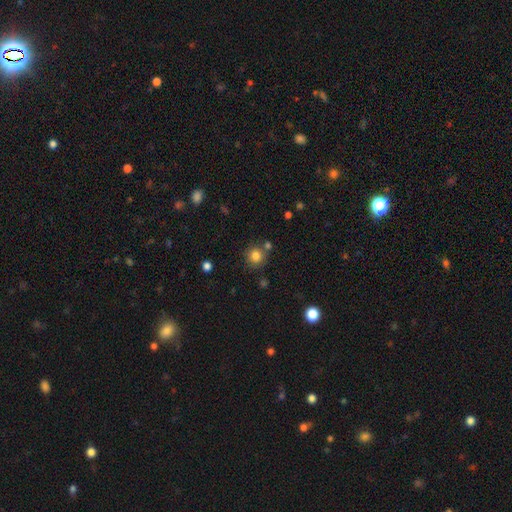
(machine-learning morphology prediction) smooth-or-featured: smooth: 82% | star or artifact: 12% | featured or disk: 7%
  how-rounded: round: 89% | in between: 10% | cigar-shaped: 1%
  merging: none: 75% | merger: 12% | minor disturbance: 10% | major disturbance: 3%